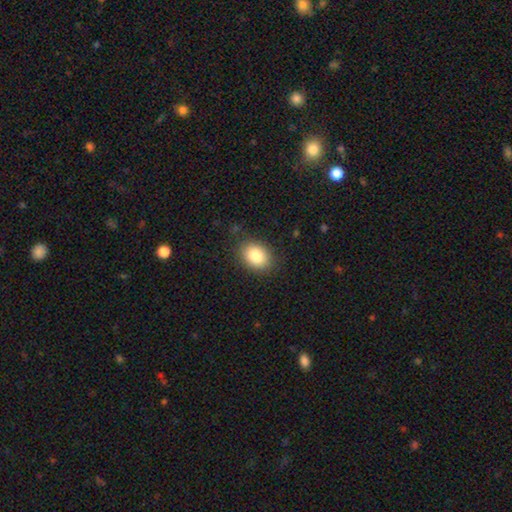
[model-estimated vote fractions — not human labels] A smooth galaxy with no disk features (85%) that is in between round and cigar-shaped (69%).

Vote fractions:
- Smooth or featured? smooth: 85% / star or artifact: 8% / featured or disk: 7%
- How rounded? in between: 69% / round: 30% / cigar-shaped: 1%
- Merging? none: 84% / minor disturbance: 11% / major disturbance: 3% / merger: 1%